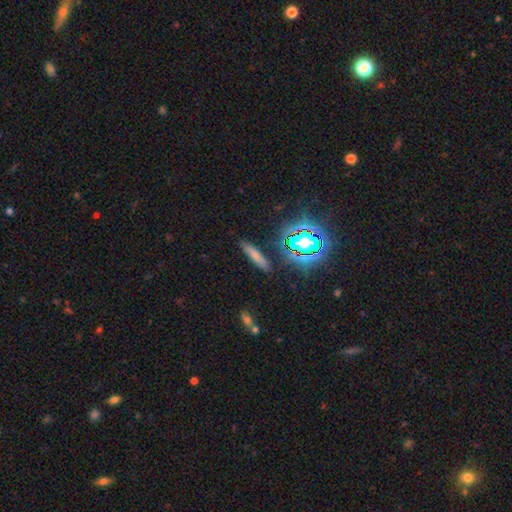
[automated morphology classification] Smooth or featured?
  - smooth: 66% *
  - star or artifact: 18%
  - featured or disk: 16%
How rounded?
  - cigar-shaped: 78% *
  - in between: 18%
  - round: 3%
Merging?
  - none: 85% *
  - minor disturbance: 10%
  - major disturbance: 3%
  - merger: 2%